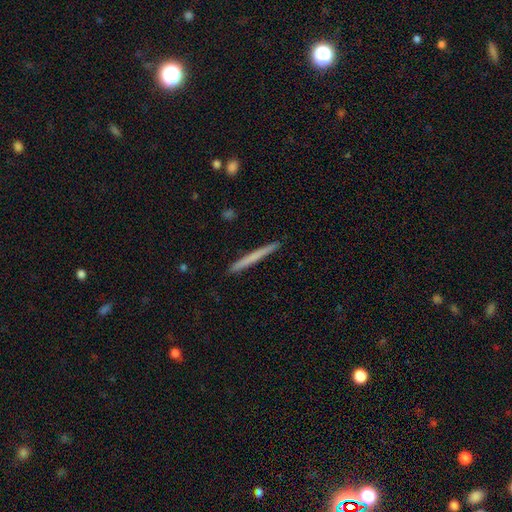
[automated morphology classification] Overall: smooth (60%; featured or disk 35%). How rounded: cigar-shaped (97%). Merging: none (92%).